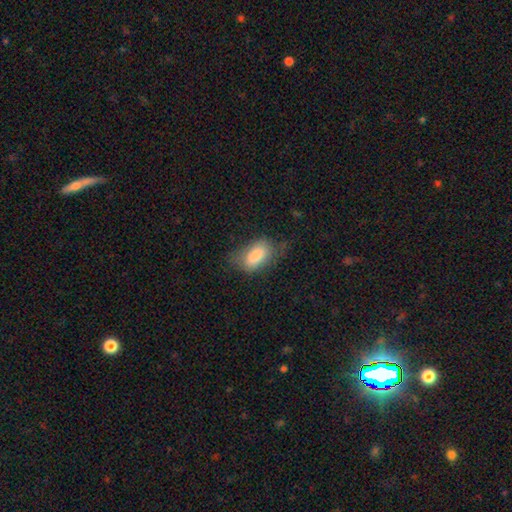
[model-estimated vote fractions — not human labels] Smooth or featured? Predicted: smooth (p=0.84). How rounded? Predicted: in between (p=0.91). Merging? Predicted: none (p=0.59).